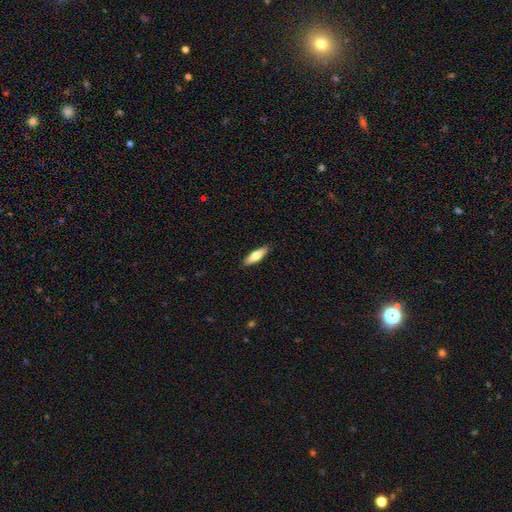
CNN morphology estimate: Smooth or featured: smooth — 68% (featured or disk — 26%)
How rounded: cigar-shaped — 57% (in between — 41%)
Merging: none — 89% (minor disturbance — 8%)